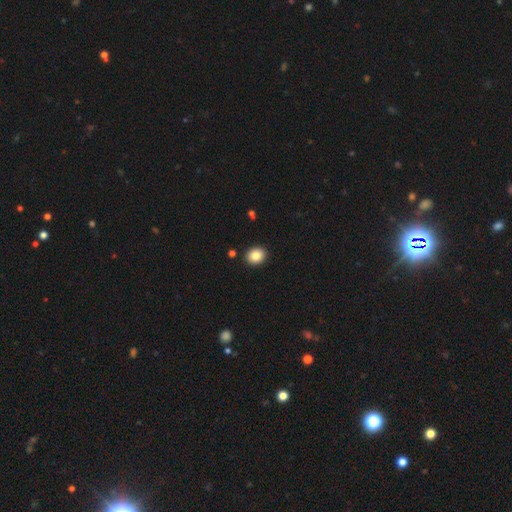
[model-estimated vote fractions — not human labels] Overall: smooth (85%). How rounded: round (62%; in between 37%). Merging: none (91%).